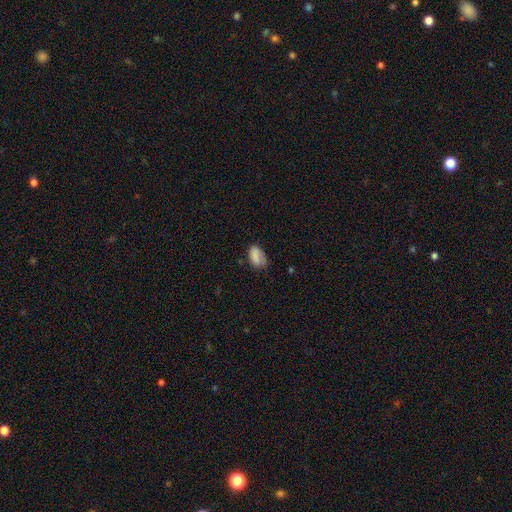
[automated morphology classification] smooth_or_featured: smooth (p=0.81) [alt: featured or disk p=0.10]
how_rounded: in between (p=0.90) [alt: round p=0.07]
merging: none (p=0.56) [alt: minor disturbance p=0.31]